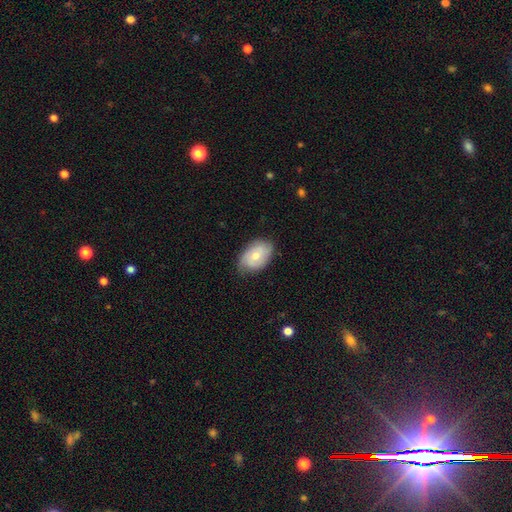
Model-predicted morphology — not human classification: smooth_or_featured: smooth (p=0.56) [alt: featured or disk p=0.38]
how_rounded: in between (p=0.86) [alt: round p=0.13]
merging: none (p=0.73) [alt: minor disturbance p=0.22]